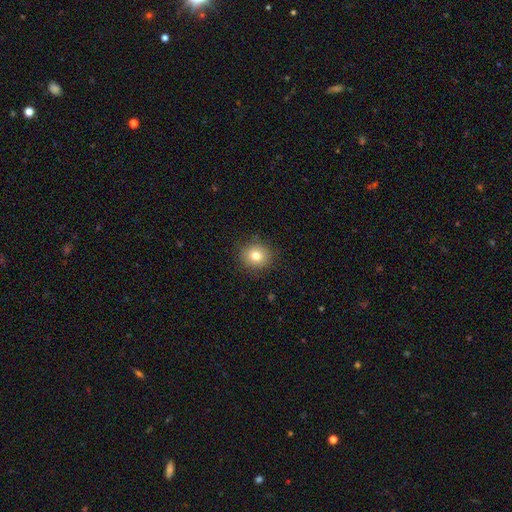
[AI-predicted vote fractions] Smooth or featured? smooth (79%)
How rounded? round (84%)
Merging? none (88%)